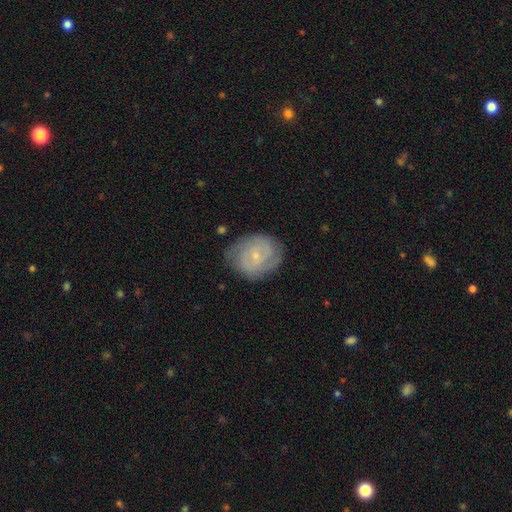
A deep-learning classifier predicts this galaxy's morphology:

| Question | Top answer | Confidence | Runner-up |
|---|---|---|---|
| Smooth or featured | featured or disk | 67% | smooth (26%) |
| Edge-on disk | no | 97% | yes (3%) |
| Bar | no | 61% | weak (33%) |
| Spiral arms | yes | 87% | no (13%) |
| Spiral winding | tight | 61% | medium (31%) |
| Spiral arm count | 2 | 42% | can't tell (35%) |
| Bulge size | small | 78% | moderate (17%) |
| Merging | none | 74% | minor disturbance (19%) |